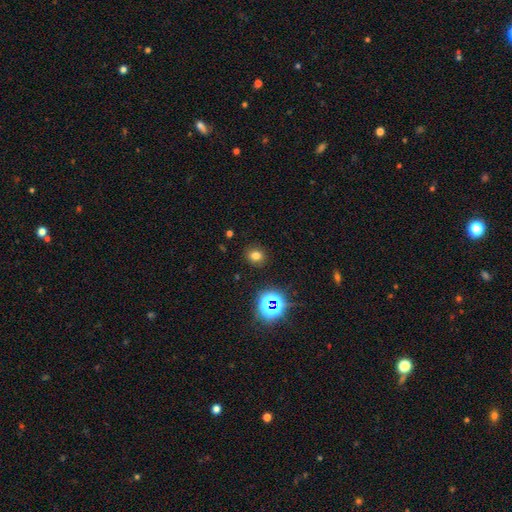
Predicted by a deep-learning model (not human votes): Q: Smooth or featured?
A: smooth (71%); runner-up: star or artifact (22%)
Q: How rounded?
A: round (71%); runner-up: in between (28%)
Q: Merging?
A: none (88%); runner-up: minor disturbance (8%)